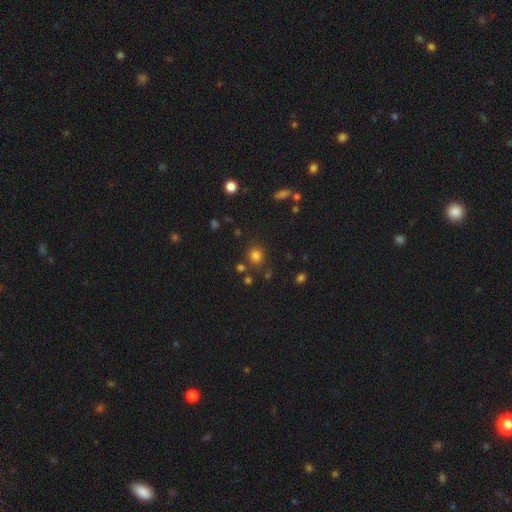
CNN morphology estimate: smooth-or-featured: smooth: 78% | star or artifact: 16% | featured or disk: 6%
  how-rounded: round: 87% | in between: 12% | cigar-shaped: 1%
  merging: none: 81% | minor disturbance: 10% | merger: 6% | major disturbance: 4%